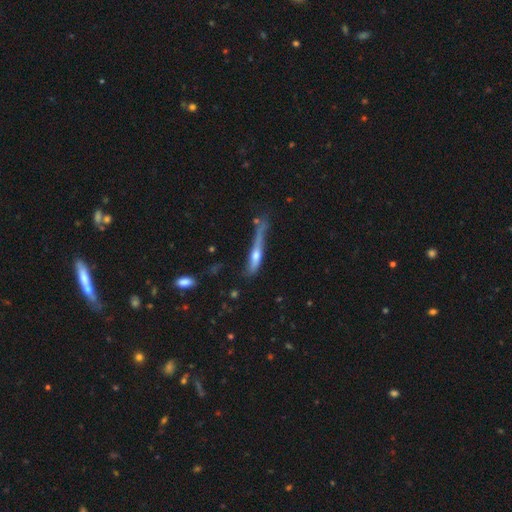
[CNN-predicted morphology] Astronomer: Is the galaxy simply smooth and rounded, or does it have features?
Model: featured or disk — 49% (runner-up: smooth, 42%).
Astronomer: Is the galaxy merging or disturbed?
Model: none — 36% (runner-up: minor disturbance, 30%).